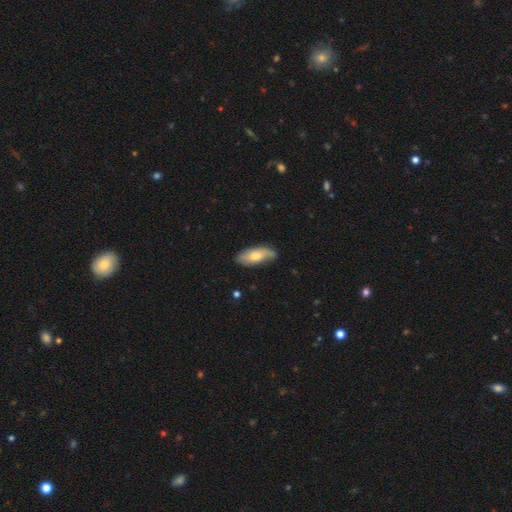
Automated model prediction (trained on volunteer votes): This is likely a smooth galaxy (62%). How rounded: likely in between (78%). Merging: likely none (75%).